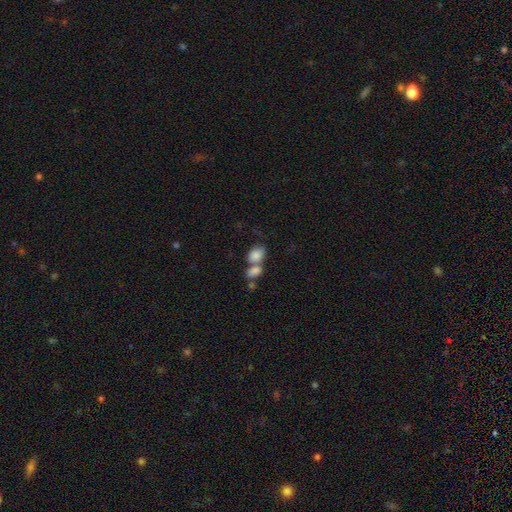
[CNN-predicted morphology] type=smooth (83%); roundness=in between (81%); merging=merger (55%).